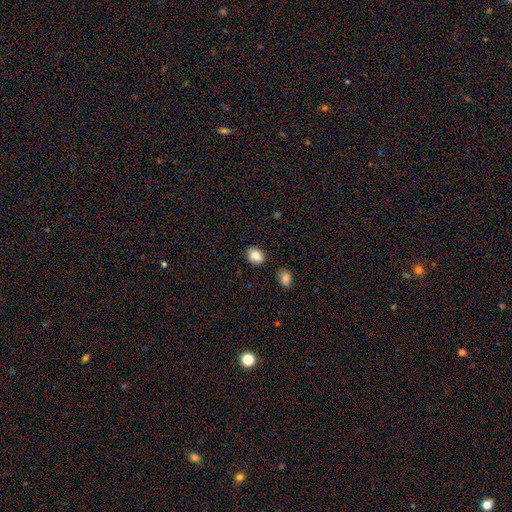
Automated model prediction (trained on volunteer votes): Smooth or featured: smooth — 86% (star or artifact — 8%)
How rounded: in between — 59% (round — 40%)
Merging: none — 80% (minor disturbance — 13%)